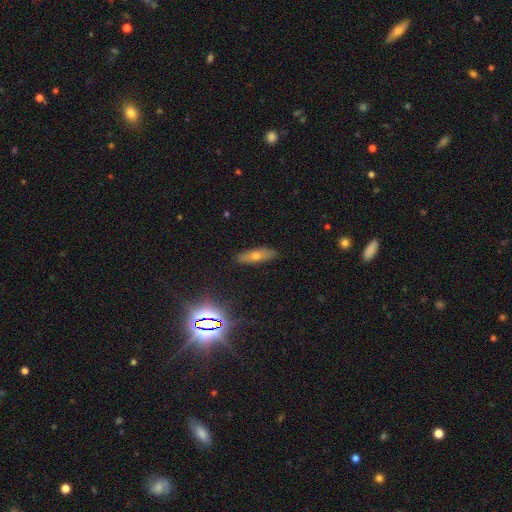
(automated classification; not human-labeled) Overall: smooth (50%; featured or disk 30%). How rounded: in between (48%; cigar-shaped 47%). Merging: none (87%).